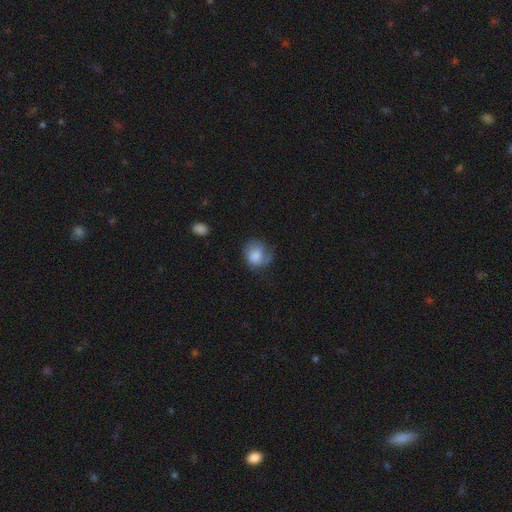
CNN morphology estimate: type=smooth (63%); roundness=round (73%); merging=none (46%).